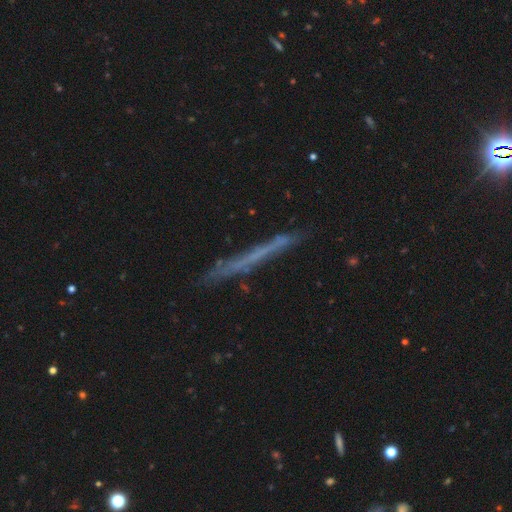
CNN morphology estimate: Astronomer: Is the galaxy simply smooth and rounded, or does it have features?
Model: featured or disk — 51% (runner-up: smooth, 41%).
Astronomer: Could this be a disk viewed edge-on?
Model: yes — 91%.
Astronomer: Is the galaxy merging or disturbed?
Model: none — 78%.